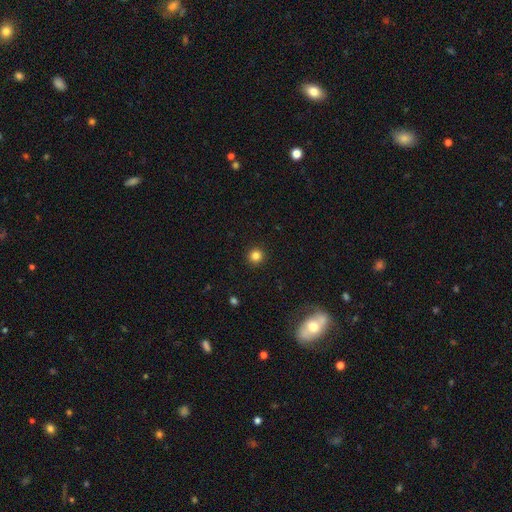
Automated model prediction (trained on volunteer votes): A smooth galaxy with no disk features (83%) that is round (95%). Merging: none (93%).